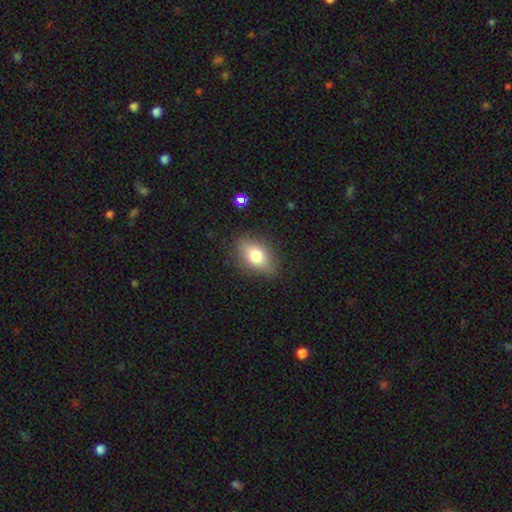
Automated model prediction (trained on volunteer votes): This appears to be a smooth galaxy with no disk features (77%) that is in between round and cigar-shaped (85%). Merging: none (81%).